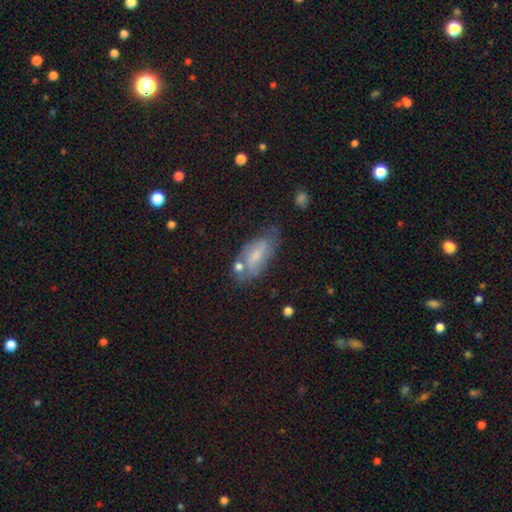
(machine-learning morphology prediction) A smooth galaxy with no disk features (52%) that is in between round and cigar-shaped (83%).

Vote fractions:
- Smooth or featured? smooth: 52% / featured or disk: 40% / star or artifact: 9%
- How rounded? in between: 83% / cigar-shaped: 14% / round: 3%
- Merging? none: 53% / minor disturbance: 27% / merger: 10% / major disturbance: 10%